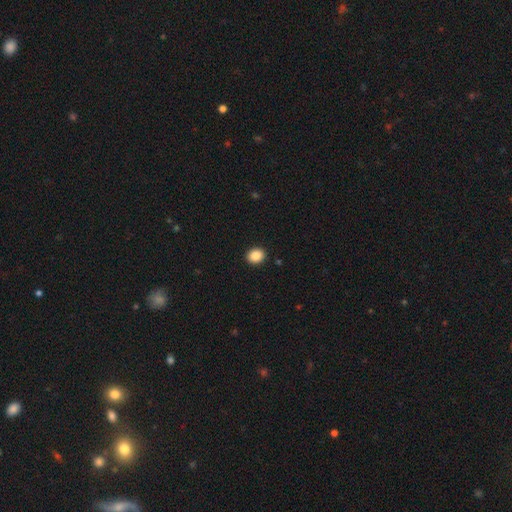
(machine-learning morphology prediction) Q: Smooth or featured?
A: smooth (87%); runner-up: star or artifact (9%)
Q: How rounded?
A: round (62%); runner-up: in between (37%)
Q: Merging?
A: none (92%); runner-up: minor disturbance (5%)